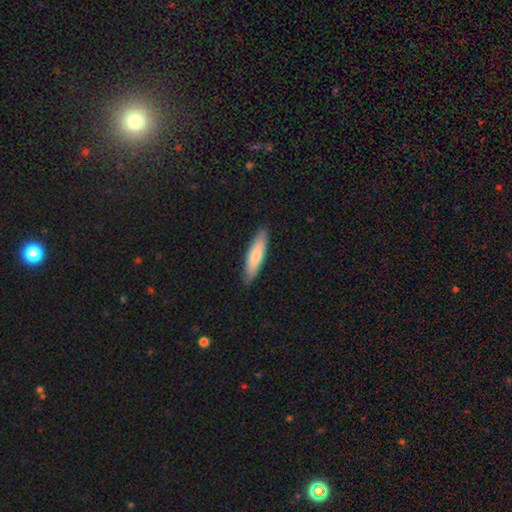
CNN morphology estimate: Smooth or featured? Predicted: smooth (p=0.75). How rounded? Predicted: cigar-shaped (p=0.74). Merging? Predicted: none (p=0.88).